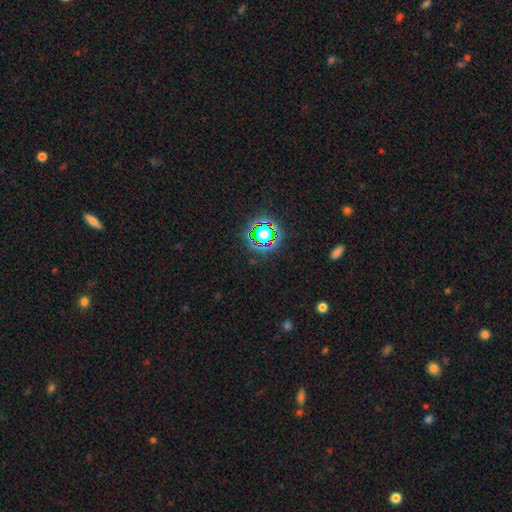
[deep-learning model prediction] star or artifact 76%, smooth 15%, featured or disk 8%.